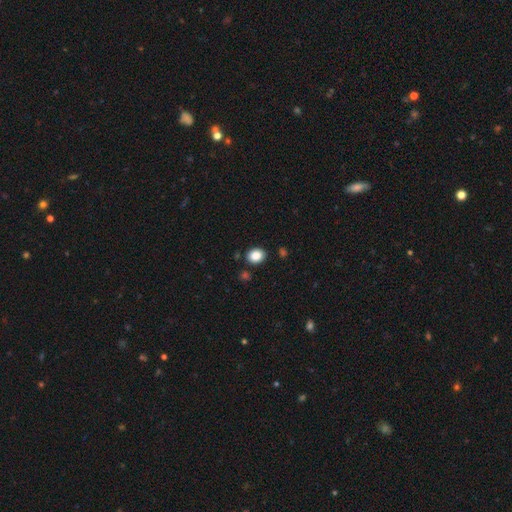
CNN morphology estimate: smooth-or-featured: smooth: 85% | star or artifact: 9% | featured or disk: 5%
  how-rounded: round: 51% | in between: 48% | cigar-shaped: 1%
  merging: none: 87% | minor disturbance: 8% | merger: 3% | major disturbance: 2%